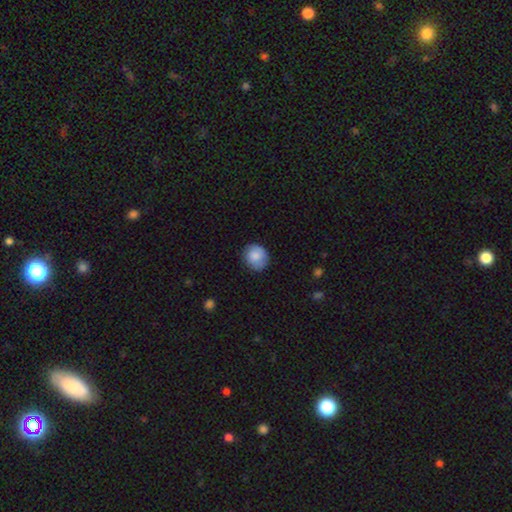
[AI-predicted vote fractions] Smooth or featured? Predicted: smooth (p=0.81). How rounded? Predicted: round (p=0.78). Merging? Predicted: none (p=0.77).